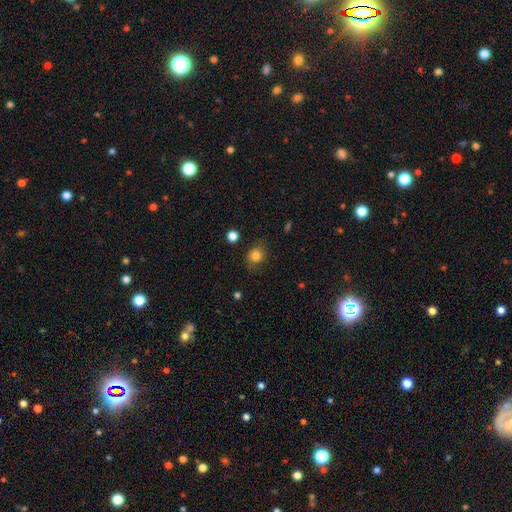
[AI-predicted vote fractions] Smooth or featured? smooth (81%)
How rounded? round (70%)
Merging? none (77%)